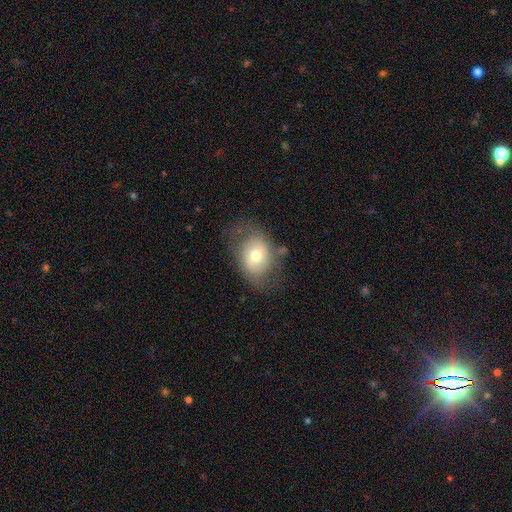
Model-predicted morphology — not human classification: smooth 62%, featured or disk 29%, star or artifact 9%. Down the decision tree: how rounded — in between (67%); merging — none (64%).